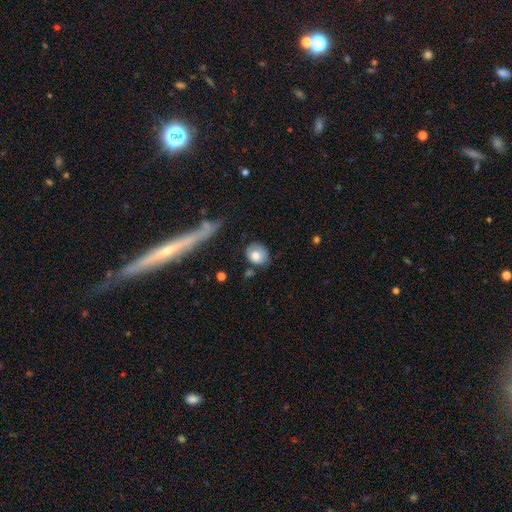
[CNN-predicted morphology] A smooth galaxy with no disk features (76%) that is round (69%). Merging: none (68%).